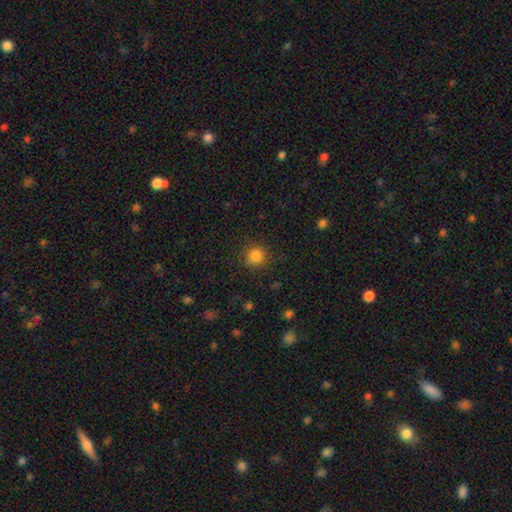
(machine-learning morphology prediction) This appears to be a smooth galaxy with no disk features (84%) that is round (91%). Merging: none (86%).